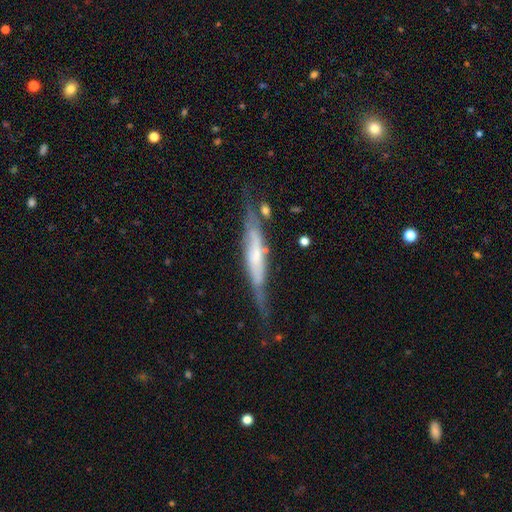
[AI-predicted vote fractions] smooth-or-featured: featured or disk: 69% | smooth: 25% | star or artifact: 6%
  disk-edge-on: yes: 81% | no: 19%
    edge-on-bulge: none: 40% | rounded: 32% | boxy: 28%
  merging: none: 58% | minor disturbance: 26% | major disturbance: 11% | merger: 5%